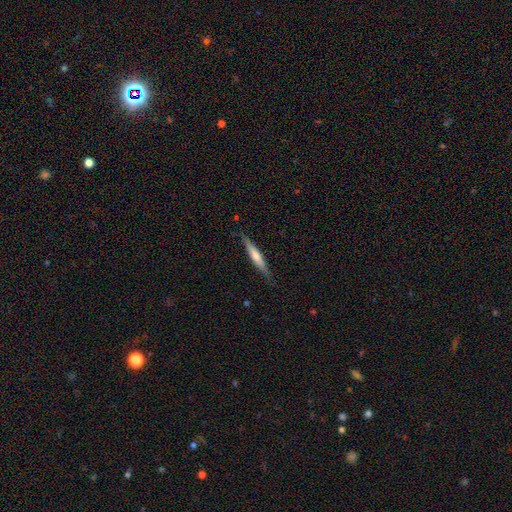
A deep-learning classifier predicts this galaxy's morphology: Smooth or featured: featured or disk — 48% (smooth — 47%)
Merging: none — 86% (minor disturbance — 11%)